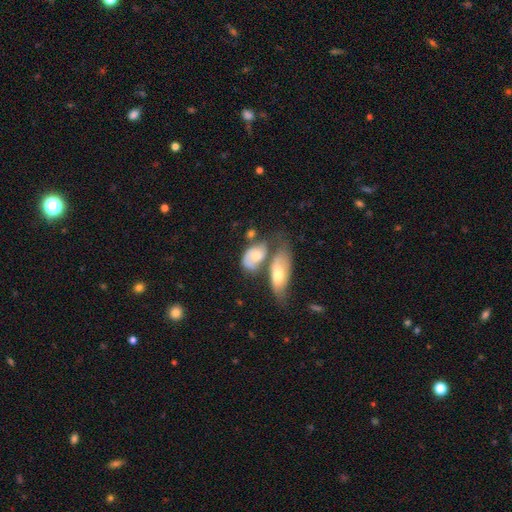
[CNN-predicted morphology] Overall: smooth (51%; featured or disk 44%). How rounded: in between (85%). Merging: merger (54%; none 22%).